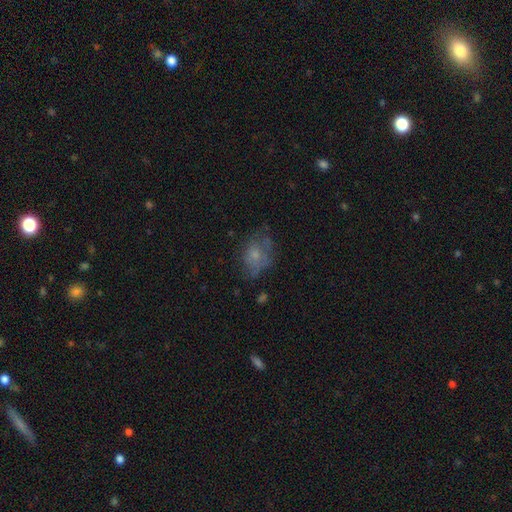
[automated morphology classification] type=smooth (57%); roundness=in between (65%); merging=none (50%).